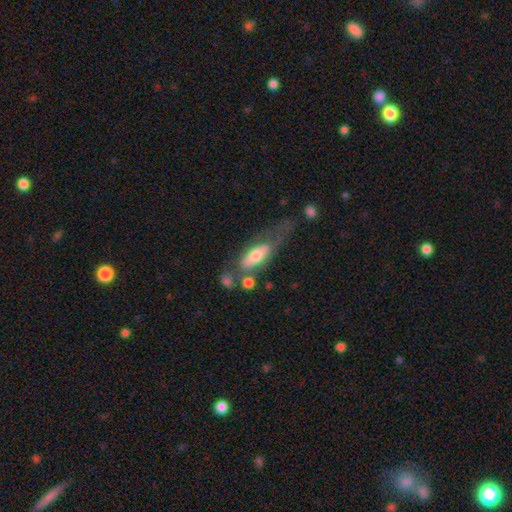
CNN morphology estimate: Smooth or featured: smooth — 56% (featured or disk — 37%)
How rounded: in between — 65% (cigar-shaped — 32%)
Merging: none — 31% (major disturbance — 29%)